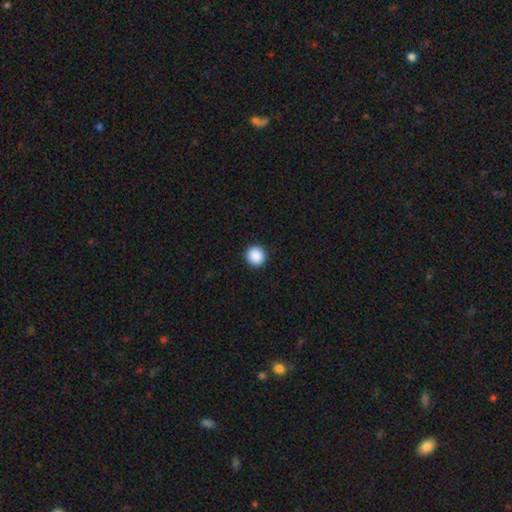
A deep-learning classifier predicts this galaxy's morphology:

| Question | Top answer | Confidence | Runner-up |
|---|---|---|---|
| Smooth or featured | smooth | 90% | star or artifact (8%) |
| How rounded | round | 94% | in between (5%) |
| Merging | none | 93% | minor disturbance (4%) |